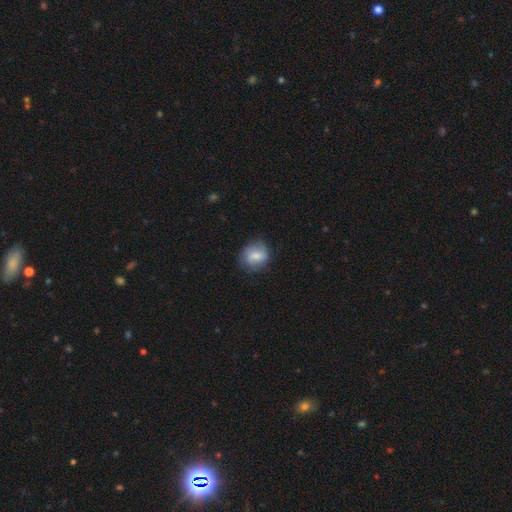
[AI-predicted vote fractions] Q: Smooth or featured?
A: smooth (68%); runner-up: featured or disk (24%)
Q: How rounded?
A: round (73%); runner-up: in between (26%)
Q: Merging?
A: none (73%); runner-up: minor disturbance (20%)